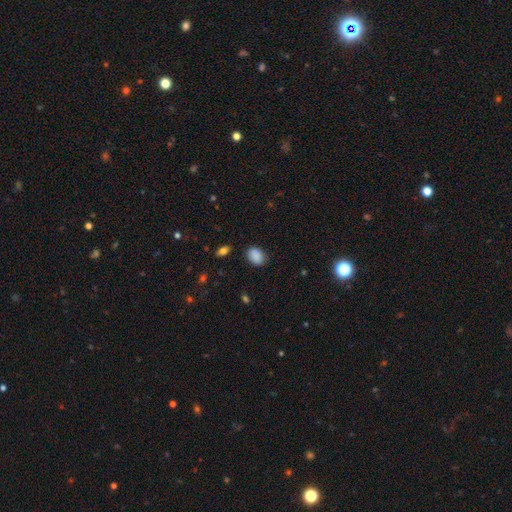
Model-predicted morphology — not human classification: Smooth or featured? Predicted: smooth (p=0.88). How rounded? Predicted: in between (p=0.78). Merging? Predicted: none (p=0.80).